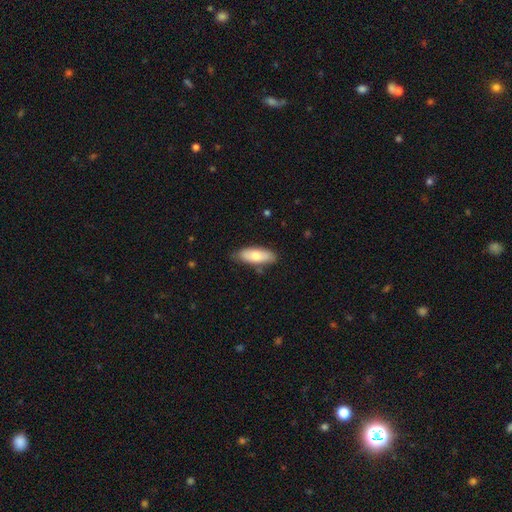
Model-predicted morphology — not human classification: Q: Smooth or featured?
A: smooth (70%); runner-up: featured or disk (24%)
Q: How rounded?
A: in between (76%); runner-up: cigar-shaped (21%)
Q: Merging?
A: none (78%); runner-up: minor disturbance (17%)